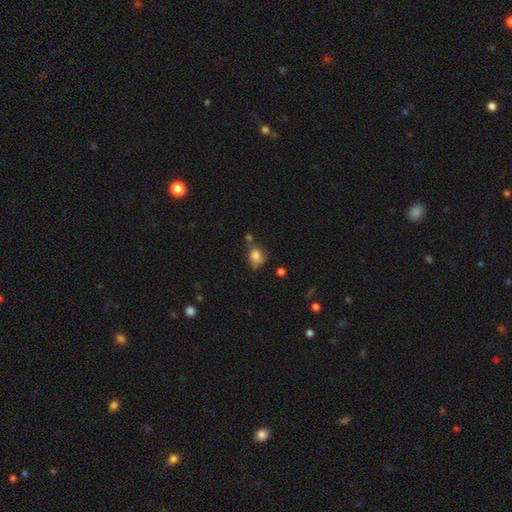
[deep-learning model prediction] Q: Smooth or featured?
A: smooth (78%); runner-up: featured or disk (11%)
Q: How rounded?
A: in between (57%); runner-up: round (41%)
Q: Merging?
A: none (41%); runner-up: minor disturbance (31%)